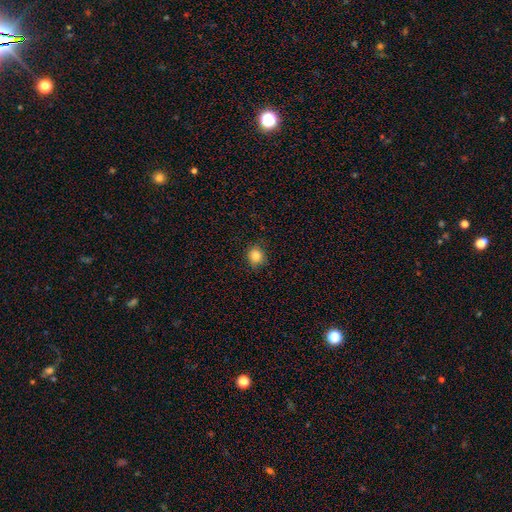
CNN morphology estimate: smooth 85%, star or artifact 11%, featured or disk 5%. Down the decision tree: how rounded — round (79%); merging — none (84%).